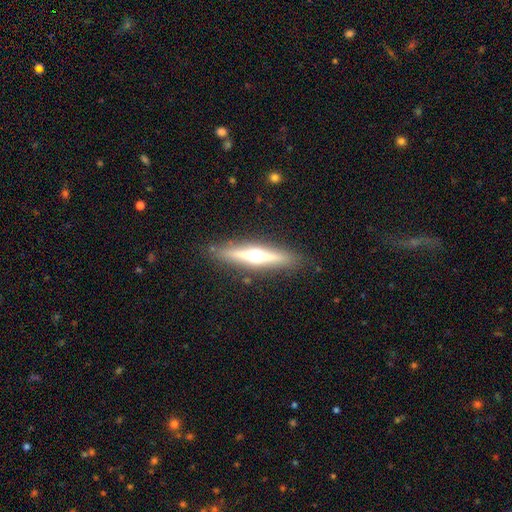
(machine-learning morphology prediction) The model was most divided on "smooth or featured": featured or disk: 70%, smooth: 24%, star or artifact: 6%. More confident: edge-on disk — yes (96%); edge-on bulge — rounded (94%); merging — none (88%).